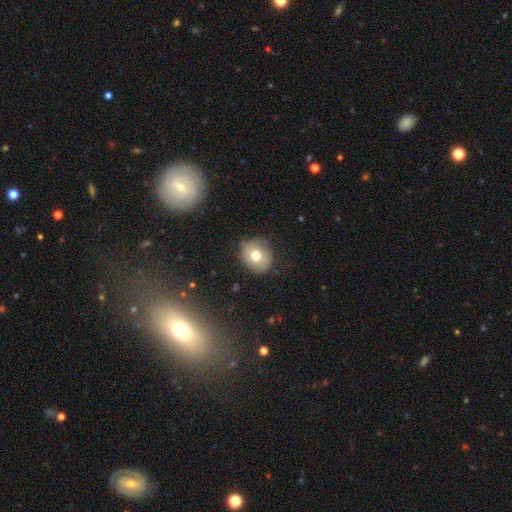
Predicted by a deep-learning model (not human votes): Smooth or featured? Predicted: smooth (p=0.72). How rounded? Predicted: round (p=0.79). Merging? Predicted: none (p=0.83).